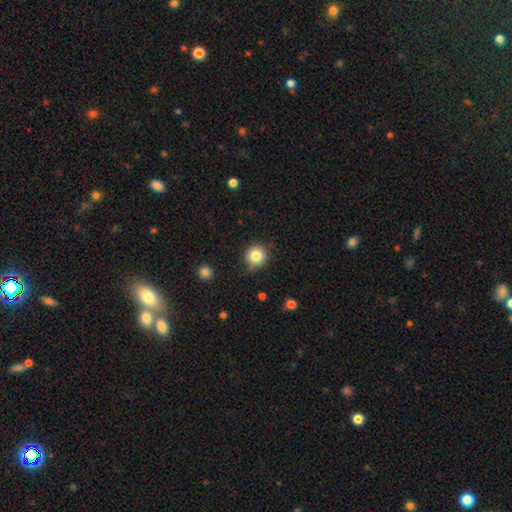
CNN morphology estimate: Overall: smooth (83%). How rounded: round (94%). Merging: none (84%).